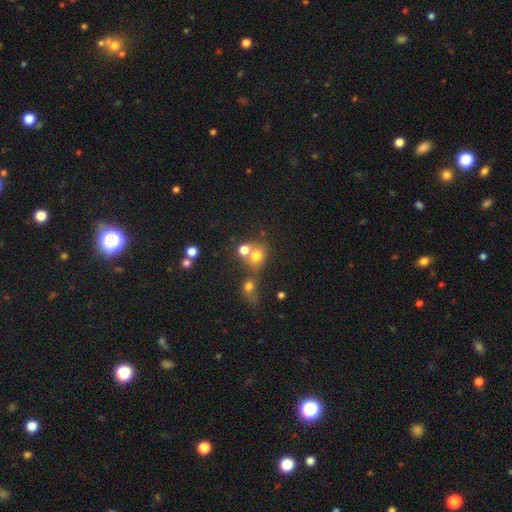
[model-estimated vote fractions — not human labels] smooth_or_featured: smooth (p=0.72) [alt: star or artifact p=0.15]
how_rounded: round (p=0.68) [alt: in between p=0.31]
merging: merger (p=0.47) [alt: none p=0.37]